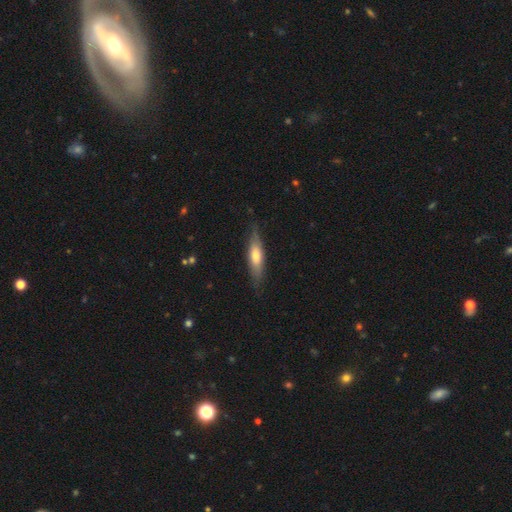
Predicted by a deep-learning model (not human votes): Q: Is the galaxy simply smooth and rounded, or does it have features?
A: smooth — 54%.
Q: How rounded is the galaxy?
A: cigar-shaped — 66%.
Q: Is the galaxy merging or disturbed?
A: none — 78%.